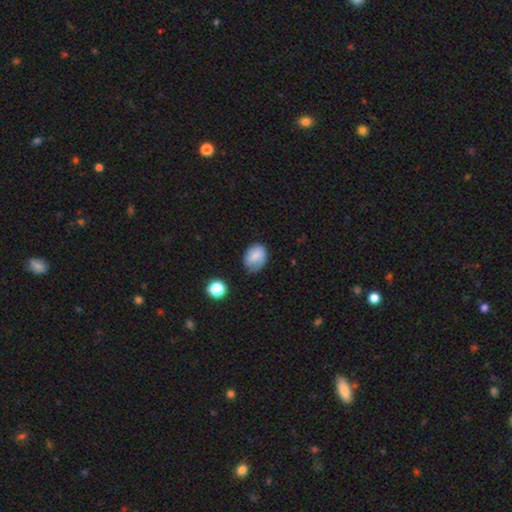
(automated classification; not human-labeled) This appears to be a smooth galaxy with no disk features (79%) that is in between round and cigar-shaped (65%). Merging: none (57%).